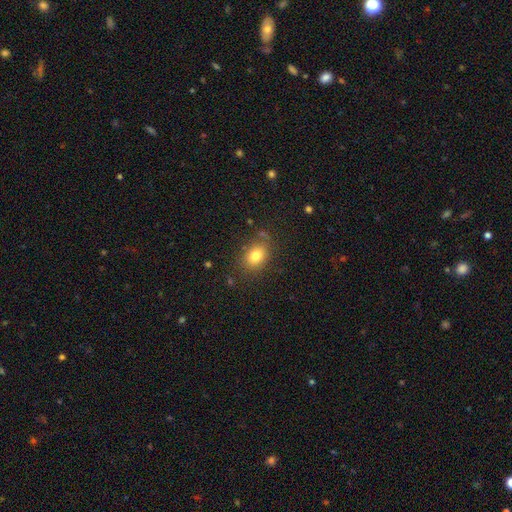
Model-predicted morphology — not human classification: Smooth or featured?
  - smooth: 80% *
  - star or artifact: 11%
  - featured or disk: 9%
How rounded?
  - in between: 67% *
  - round: 31%
  - cigar-shaped: 1%
Merging?
  - none: 79% *
  - minor disturbance: 14%
  - major disturbance: 4%
  - merger: 3%